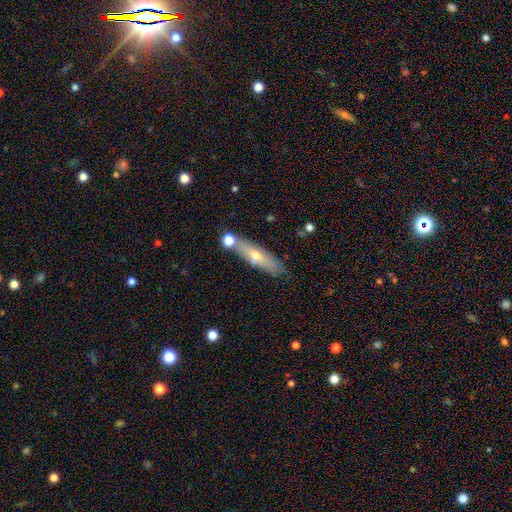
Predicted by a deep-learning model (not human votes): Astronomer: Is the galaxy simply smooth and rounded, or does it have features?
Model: smooth — 50% (runner-up: featured or disk, 43%).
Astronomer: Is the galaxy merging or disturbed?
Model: none — 71%.